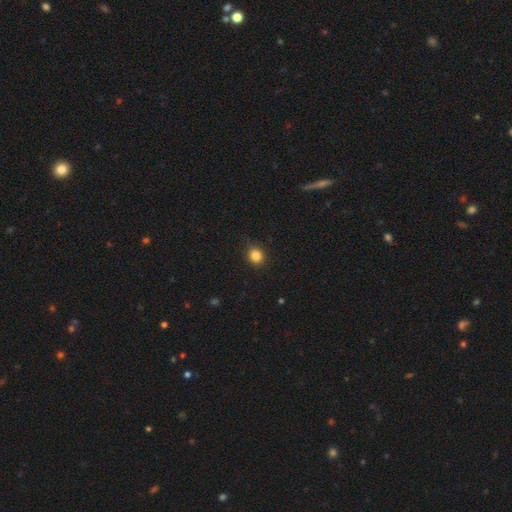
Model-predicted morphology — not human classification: Smooth or featured? Predicted: smooth (p=0.84). How rounded? Predicted: round (p=0.83). Merging? Predicted: none (p=0.85).